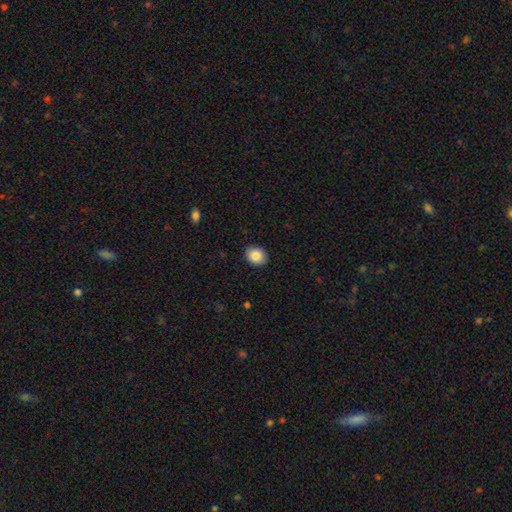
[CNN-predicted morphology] This is clearly a smooth galaxy (87%). How rounded: possibly round (50%). Merging: clearly none (90%).